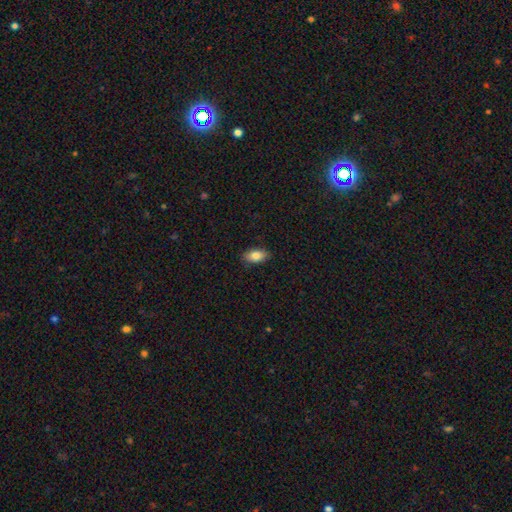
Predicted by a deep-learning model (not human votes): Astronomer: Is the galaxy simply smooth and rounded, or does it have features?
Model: smooth — 84%.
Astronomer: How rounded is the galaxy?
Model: in between — 91%.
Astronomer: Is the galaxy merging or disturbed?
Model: none — 86%.